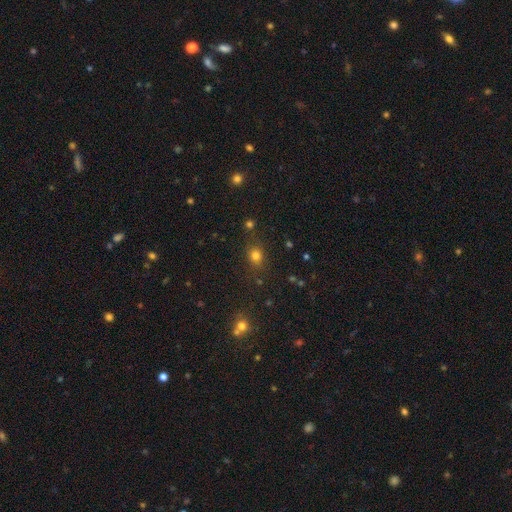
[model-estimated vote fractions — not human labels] Smooth or featured?
  - smooth: 77% *
  - star or artifact: 17%
  - featured or disk: 6%
How rounded?
  - round: 65% *
  - in between: 34%
  - cigar-shaped: 1%
Merging?
  - none: 79% *
  - minor disturbance: 12%
  - major disturbance: 5%
  - merger: 4%